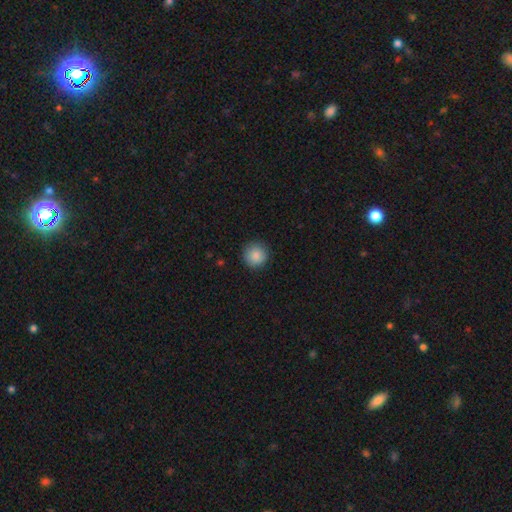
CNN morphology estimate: smooth 88%, star or artifact 8%, featured or disk 4%. Down the decision tree: how rounded — round (95%); merging — none (90%).